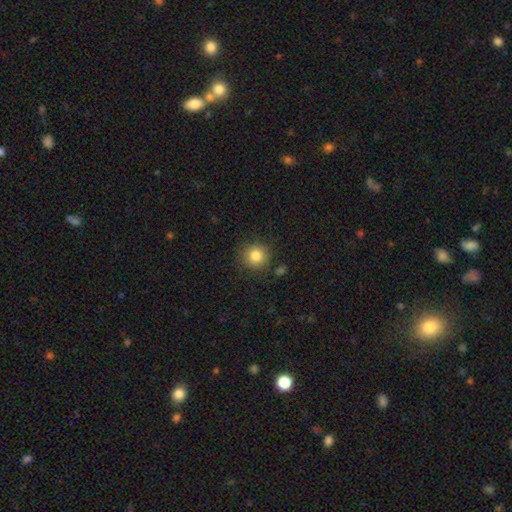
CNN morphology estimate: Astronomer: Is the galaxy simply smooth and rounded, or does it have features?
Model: smooth — 84%.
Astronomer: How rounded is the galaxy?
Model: round — 92%.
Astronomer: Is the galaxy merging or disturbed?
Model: none — 87%.